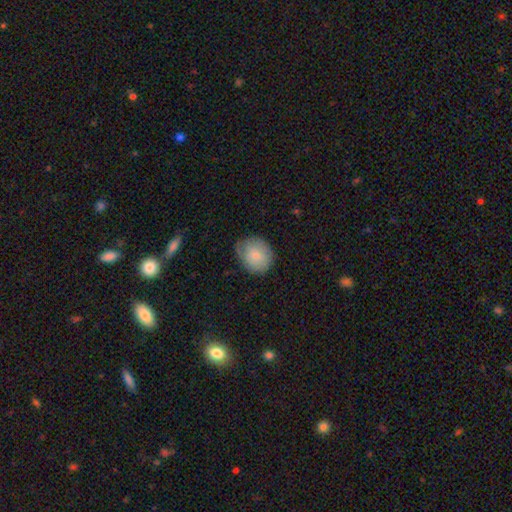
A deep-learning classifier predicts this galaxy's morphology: A smooth galaxy with no disk features (77%) that is round (65%).

Vote fractions:
- Smooth or featured? smooth: 77% / featured or disk: 15% / star or artifact: 7%
- How rounded? round: 65% / in between: 34% / cigar-shaped: 1%
- Merging? none: 68% / minor disturbance: 25% / major disturbance: 6% / merger: 1%